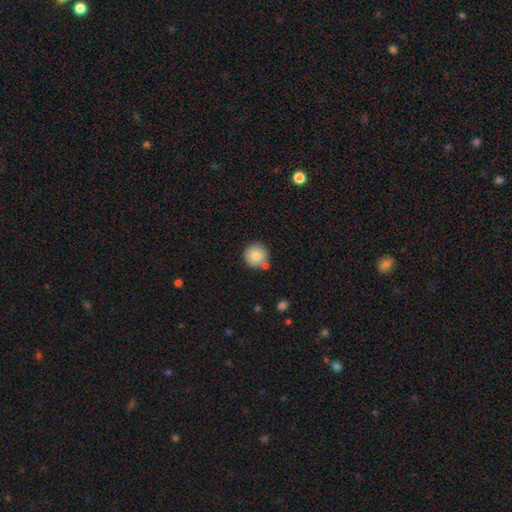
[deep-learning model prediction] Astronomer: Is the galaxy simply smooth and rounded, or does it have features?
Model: smooth — 81%.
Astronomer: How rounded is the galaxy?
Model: round — 95%.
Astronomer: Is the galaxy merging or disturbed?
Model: none — 76%.